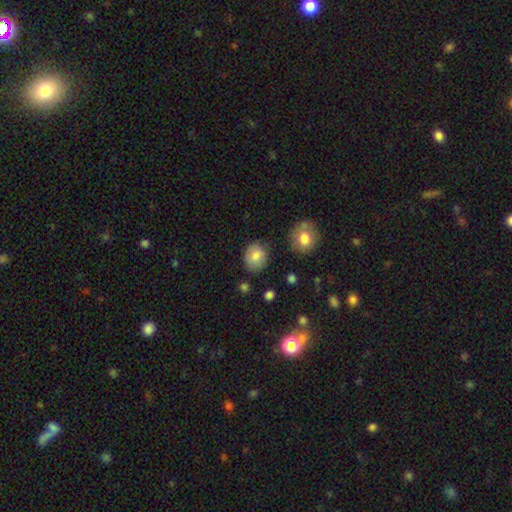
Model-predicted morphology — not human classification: This appears to be a smooth galaxy with no disk features (83%) that is round (70%). Merging: none (79%).